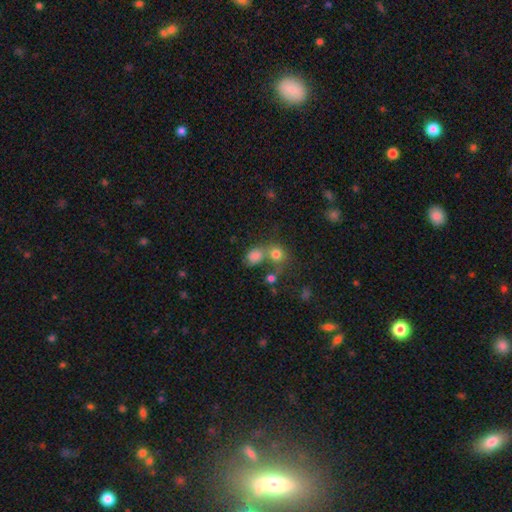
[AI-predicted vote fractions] The model was most divided on "how rounded" (2-way tie): in between: 49%, round: 49%, cigar-shaped: 1%. Remaining: smooth or featured — smooth (74%); merging — merger (42%).